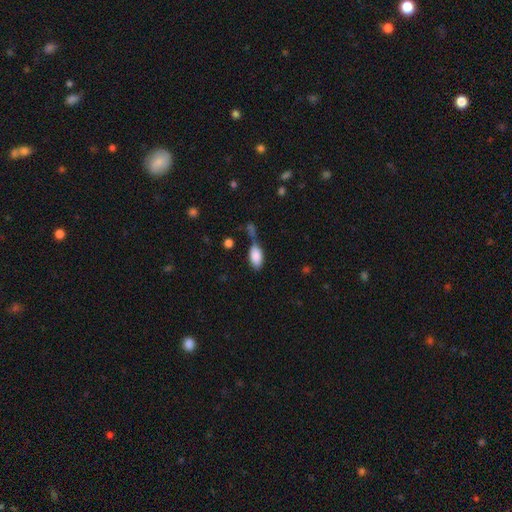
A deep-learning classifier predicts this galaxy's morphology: Smooth or featured? smooth (86%)
How rounded? in between (93%)
Merging? none (47%)